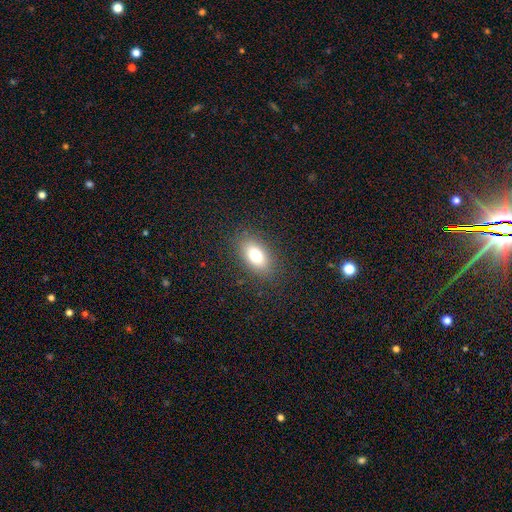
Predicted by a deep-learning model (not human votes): Overall: smooth (77%). How rounded: in between (88%). Merging: none (86%).